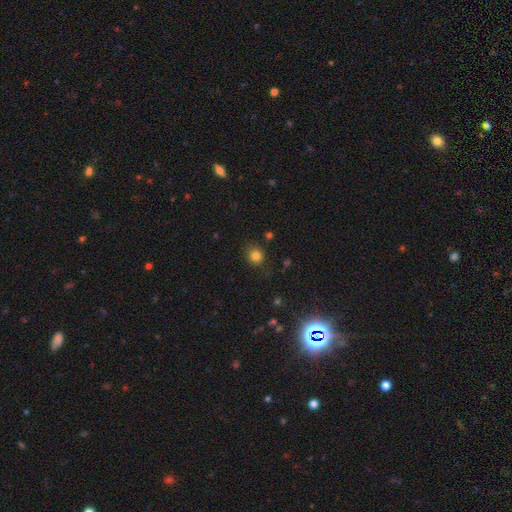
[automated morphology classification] This appears to be a smooth galaxy with no disk features (81%) that is round (82%). Merging: none (81%).